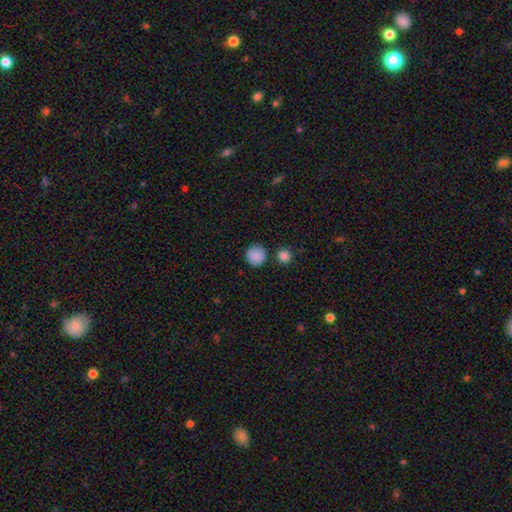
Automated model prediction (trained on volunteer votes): smooth_or_featured: smooth (p=0.87) [alt: star or artifact p=0.09]
how_rounded: round (p=0.93) [alt: in between p=0.06]
merging: none (p=0.83) [alt: minor disturbance p=0.09]